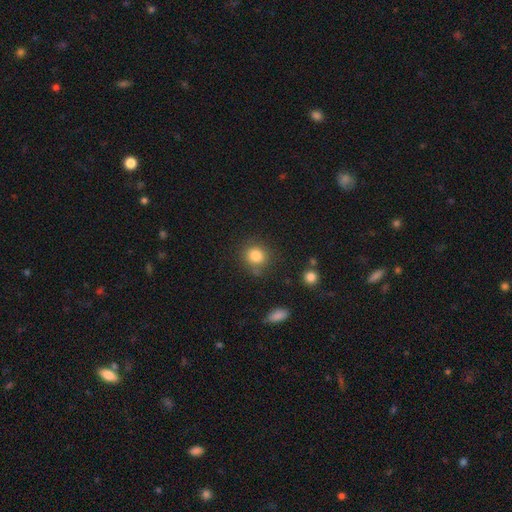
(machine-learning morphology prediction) Smooth or featured?
  - smooth: 84% *
  - star or artifact: 11%
  - featured or disk: 6%
How rounded?
  - round: 83% *
  - in between: 16%
  - cigar-shaped: 1%
Merging?
  - none: 77% *
  - minor disturbance: 14%
  - major disturbance: 4%
  - merger: 4%